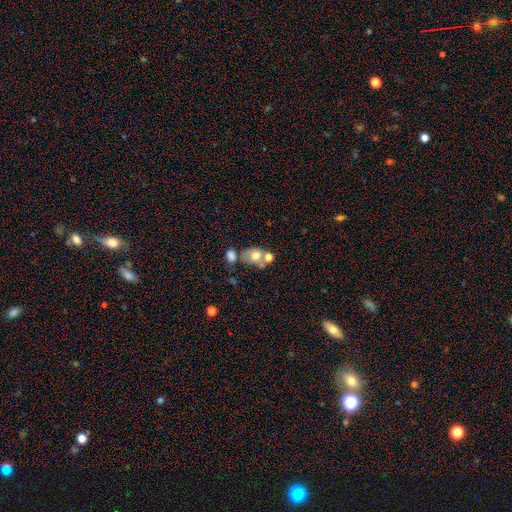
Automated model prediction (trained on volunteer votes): Overall: smooth (63%; featured or disk 26%). How rounded: in between (64%; round 34%). Merging: merger (44%; none 34%).